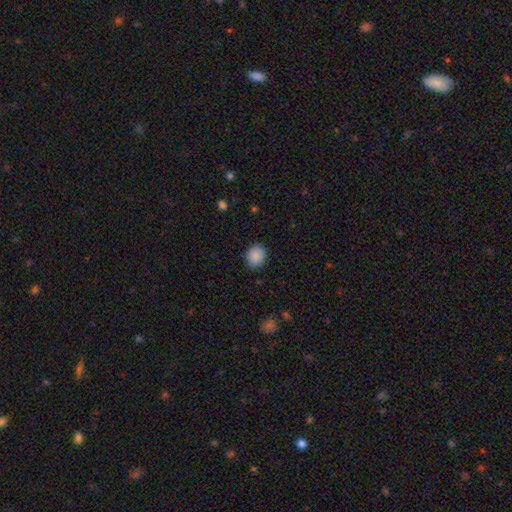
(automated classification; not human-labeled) This is clearly a smooth galaxy (88%). How rounded: likely round (63%). Merging: clearly none (87%).